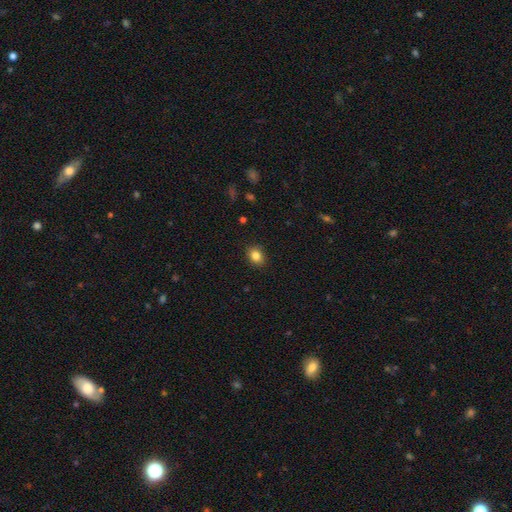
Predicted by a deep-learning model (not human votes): Smooth or featured: smooth — 84% (star or artifact — 10%)
How rounded: in between — 52% (round — 47%)
Merging: none — 88% (minor disturbance — 9%)